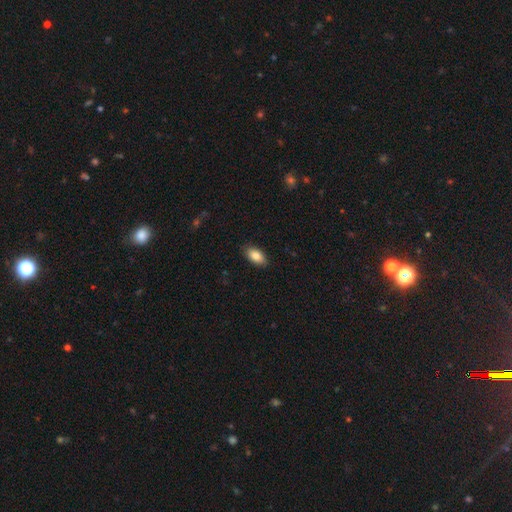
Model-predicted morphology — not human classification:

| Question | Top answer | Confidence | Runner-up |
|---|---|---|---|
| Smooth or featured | smooth | 85% | featured or disk (8%) |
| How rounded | in between | 93% | cigar-shaped (4%) |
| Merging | none | 87% | minor disturbance (10%) |